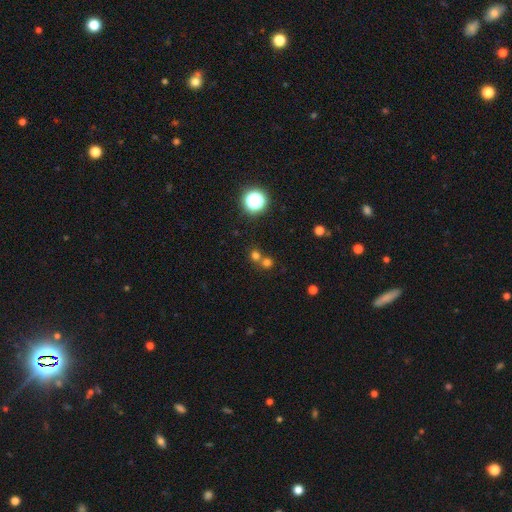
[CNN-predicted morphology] A smooth galaxy with no disk features (64%) that is round (88%). Merging: none (54%).